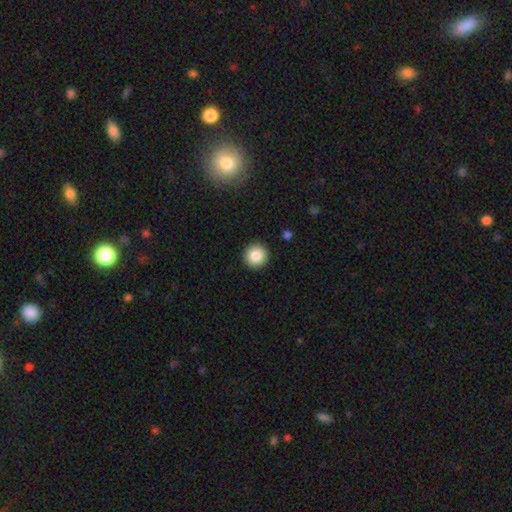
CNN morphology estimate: This appears to be a smooth galaxy with no disk features (85%) that is round (96%). Merging: none (93%).